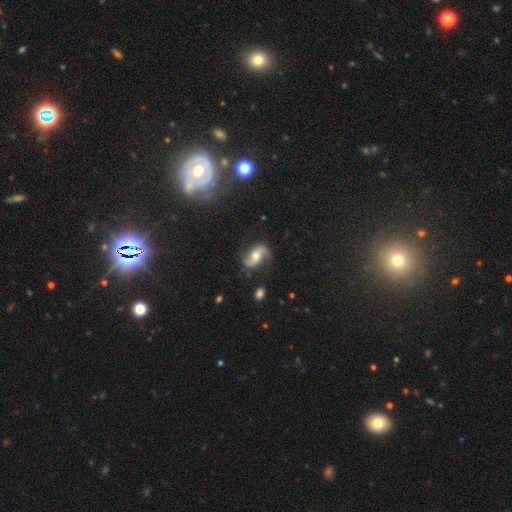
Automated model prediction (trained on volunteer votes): A featured or disk galaxy (84%) with no bar (51%), 2 (93%) loose (62%) spiral arms (95%) and a moderate central bulge (69%). Merging: none (79%).